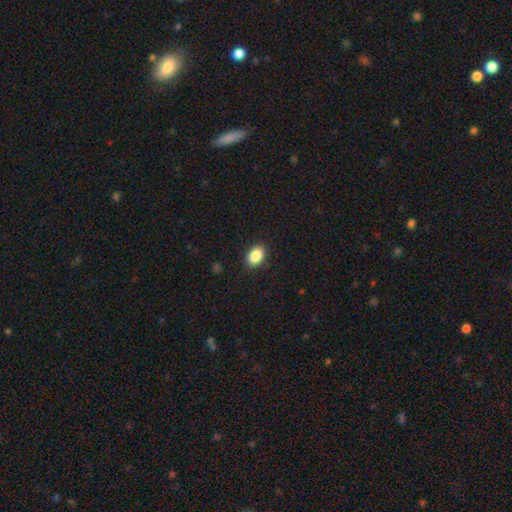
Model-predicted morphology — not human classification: Smooth or featured? Predicted: smooth (p=0.88). How rounded? Predicted: in between (p=0.84). Merging? Predicted: none (p=0.89).